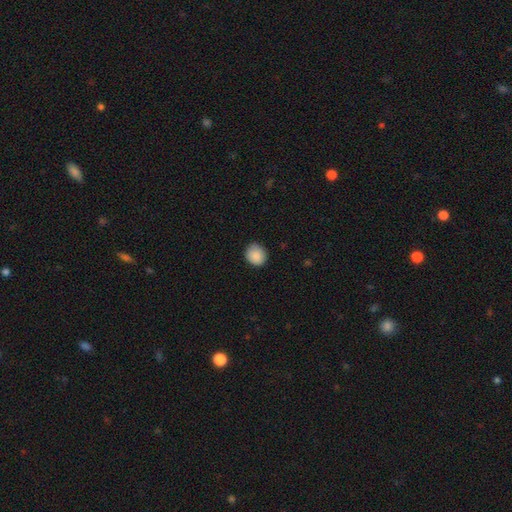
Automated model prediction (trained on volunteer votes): Smooth or featured: smooth — 89% (star or artifact — 8%)
How rounded: round — 77% (in between — 22%)
Merging: none — 84% (minor disturbance — 13%)